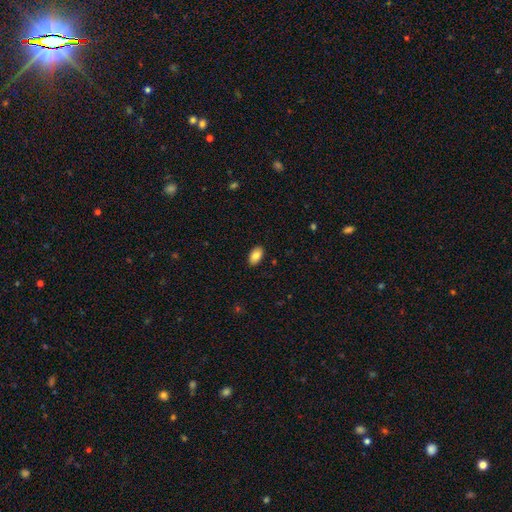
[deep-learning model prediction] The model was most divided on "smooth or featured": smooth: 84%, featured or disk: 9%, star or artifact: 7%. More confident: how rounded — in between (93%); merging — none (89%).